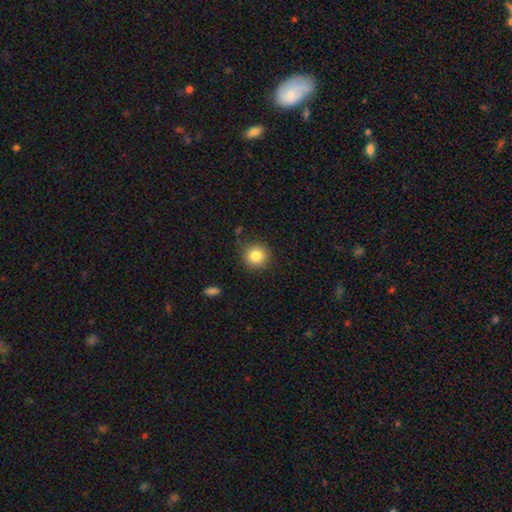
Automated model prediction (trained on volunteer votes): Smooth or featured?
  - smooth: 84% *
  - star or artifact: 10%
  - featured or disk: 6%
How rounded?
  - round: 91% *
  - in between: 8%
  - cigar-shaped: 1%
Merging?
  - none: 85% *
  - minor disturbance: 11%
  - major disturbance: 3%
  - merger: 2%